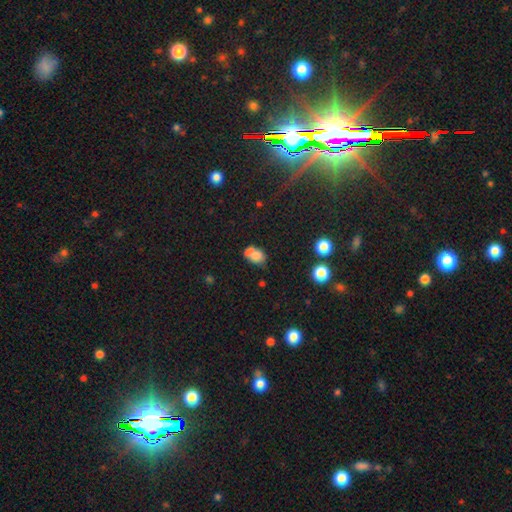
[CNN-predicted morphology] Smooth or featured: smooth — 69% (featured or disk — 18%)
How rounded: in between — 62% (round — 36%)
Merging: merger — 51% (none — 31%)